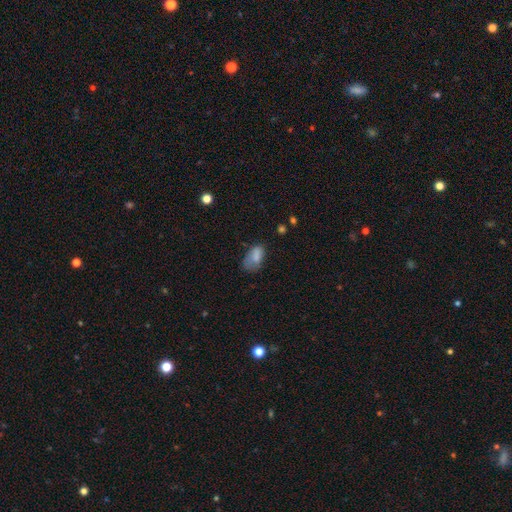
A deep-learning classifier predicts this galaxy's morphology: A smooth galaxy with no disk features (77%) that is in between round and cigar-shaped (91%).

Vote fractions:
- Smooth or featured? smooth: 77% / featured or disk: 13% / star or artifact: 10%
- How rounded? in between: 91% / round: 6% / cigar-shaped: 3%
- Merging? none: 40% / minor disturbance: 34% / major disturbance: 22% / merger: 3%